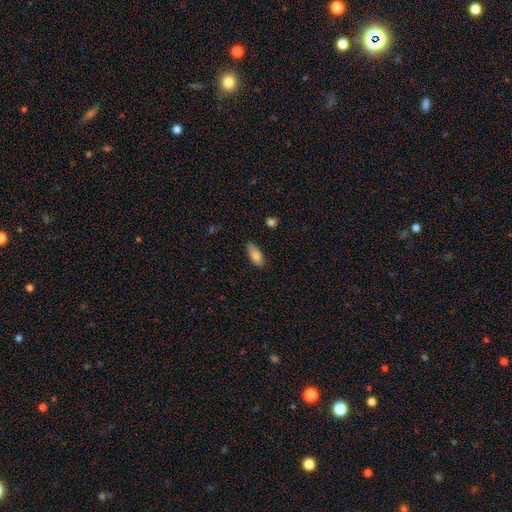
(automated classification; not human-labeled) Smooth or featured: smooth — 82% (featured or disk — 11%)
How rounded: in between — 84% (cigar-shaped — 13%)
Merging: none — 76% (minor disturbance — 19%)